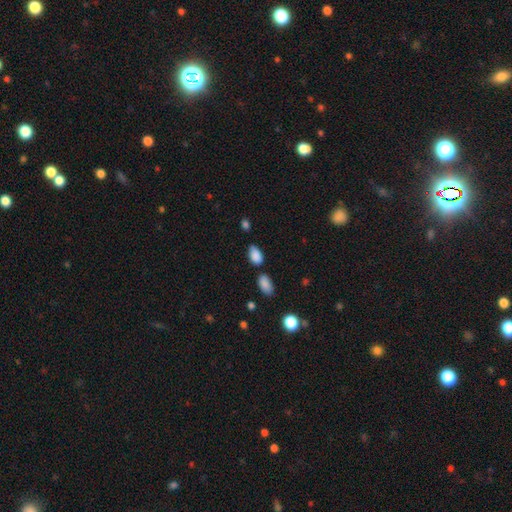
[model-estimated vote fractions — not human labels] This is clearly a smooth galaxy (87%). How rounded: clearly in between (93%). Merging: likely none (65%).